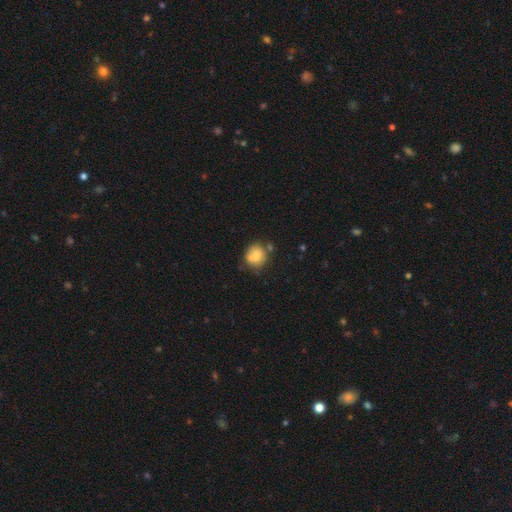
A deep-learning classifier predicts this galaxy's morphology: Smooth or featured: smooth — 76% (featured or disk — 15%)
How rounded: round — 80% (in between — 19%)
Merging: none — 57% (minor disturbance — 22%)